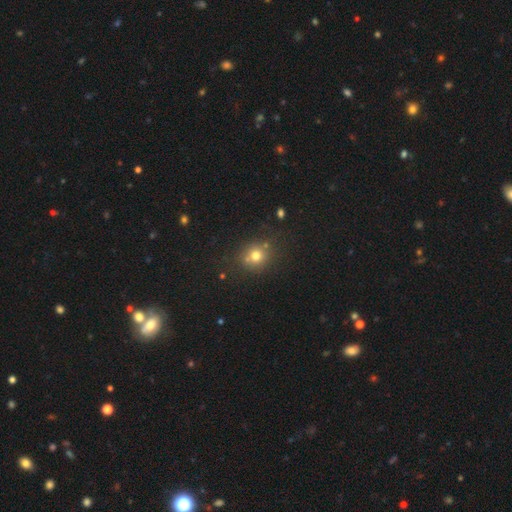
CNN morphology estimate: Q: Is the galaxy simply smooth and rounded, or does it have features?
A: smooth — 72%.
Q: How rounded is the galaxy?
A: round — 84%.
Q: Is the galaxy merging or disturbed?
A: none — 72%.